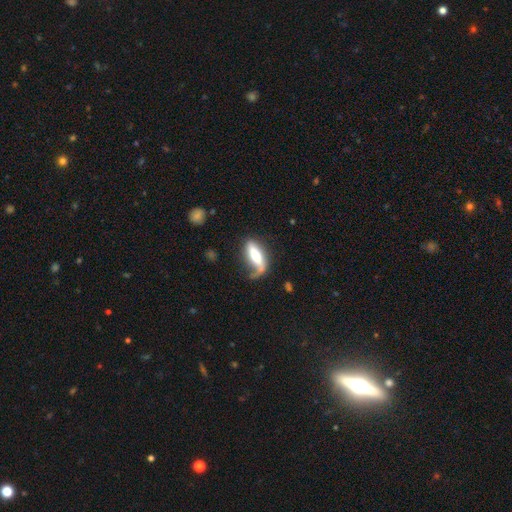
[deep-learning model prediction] Morphology: type=smooth (48%); merging=none (40%).